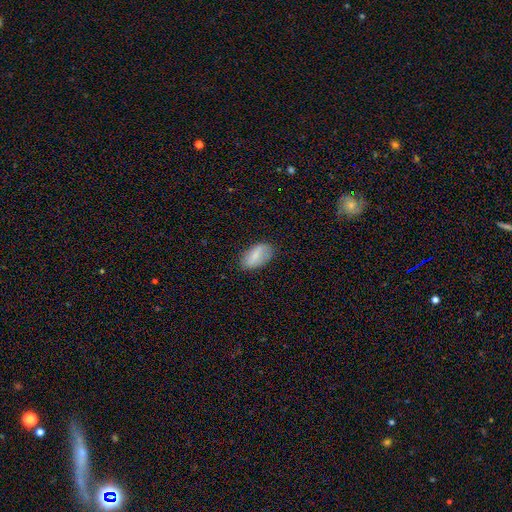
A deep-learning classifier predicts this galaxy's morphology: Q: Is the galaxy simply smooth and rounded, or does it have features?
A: smooth — 73%.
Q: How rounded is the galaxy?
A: in between — 93%.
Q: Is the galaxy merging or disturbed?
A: none — 76%.